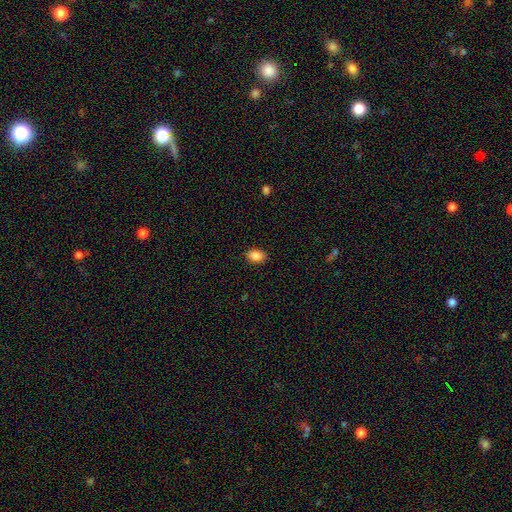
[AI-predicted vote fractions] This appears to be a smooth galaxy with no disk features (88%) that is in between round and cigar-shaped (84%). Merging: none (88%).